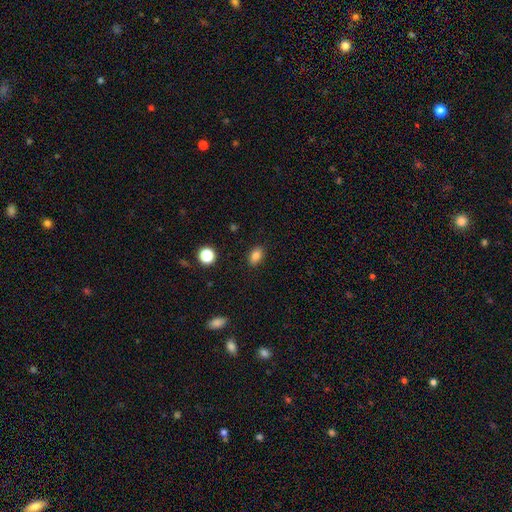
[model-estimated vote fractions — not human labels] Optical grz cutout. It shows a smooth galaxy with no disk features (84%) that is in between round and cigar-shaped (82%). Merging: none (88%).